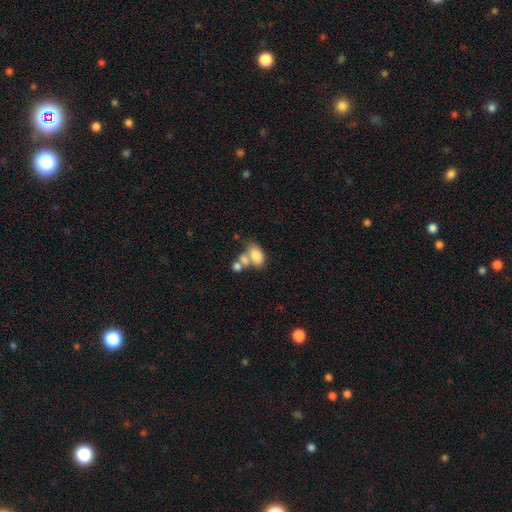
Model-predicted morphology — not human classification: type=smooth (78%); roundness=in between (90%); merging=merger (53%).